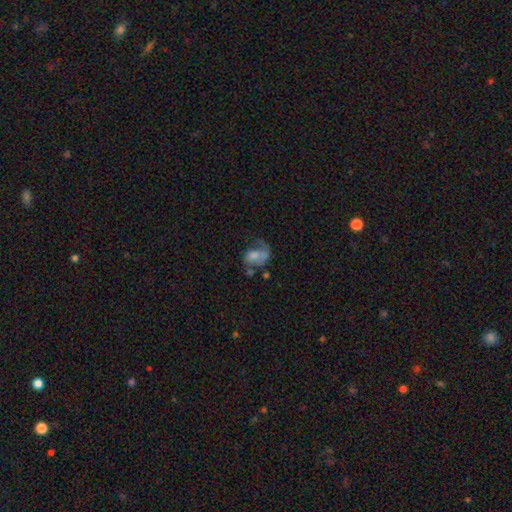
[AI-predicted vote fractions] This appears to be a featured or disk galaxy (49%). Merging: major disturbance (46%).